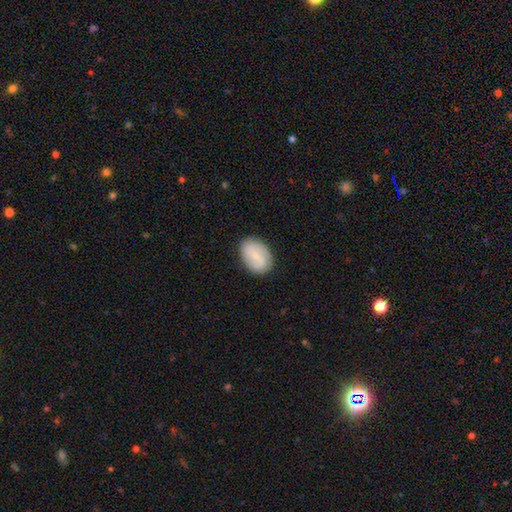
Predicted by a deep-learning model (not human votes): Smooth or featured: smooth — 48% (featured or disk — 45%)
Merging: none — 84% (minor disturbance — 12%)